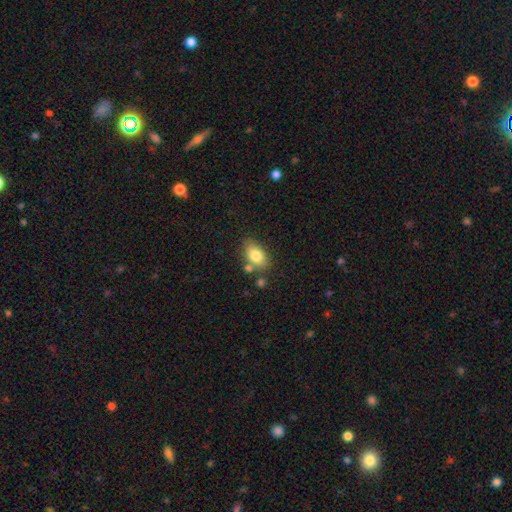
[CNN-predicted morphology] A smooth galaxy with no disk features (81%) that is in between round and cigar-shaped (88%). Merging: none (67%).